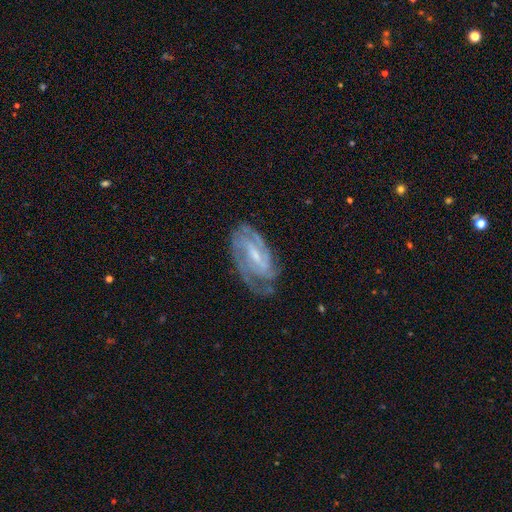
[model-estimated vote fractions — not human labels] Smooth or featured? featured or disk (87%)
Edge-on disk? no (95%)
Bar? weak (45%)
Spiral arms? yes (96%)
Spiral winding? tight (54%)
Spiral arm count? 2 (45%)
Bulge size? small (61%)
Merging? none (70%)